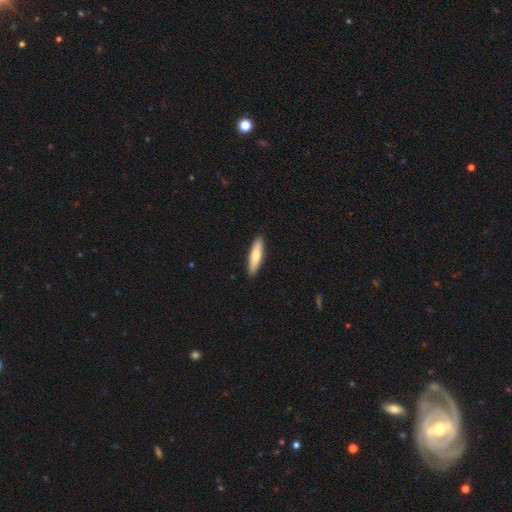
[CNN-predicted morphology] Smooth or featured? smooth (67%)
How rounded? cigar-shaped (75%)
Merging? none (91%)